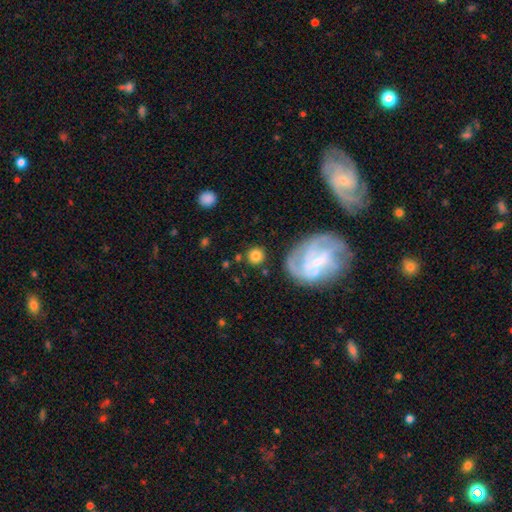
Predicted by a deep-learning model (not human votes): Smooth or featured: smooth — 76% (featured or disk — 16%)
How rounded: round — 91% (in between — 7%)
Merging: none — 81% (minor disturbance — 9%)